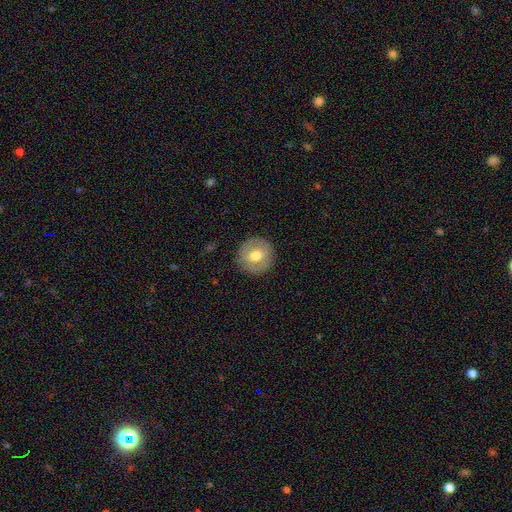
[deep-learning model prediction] Q: Smooth or featured?
A: smooth (59%); runner-up: featured or disk (34%)
Q: How rounded?
A: round (93%); runner-up: in between (6%)
Q: Merging?
A: none (88%); runner-up: minor disturbance (8%)